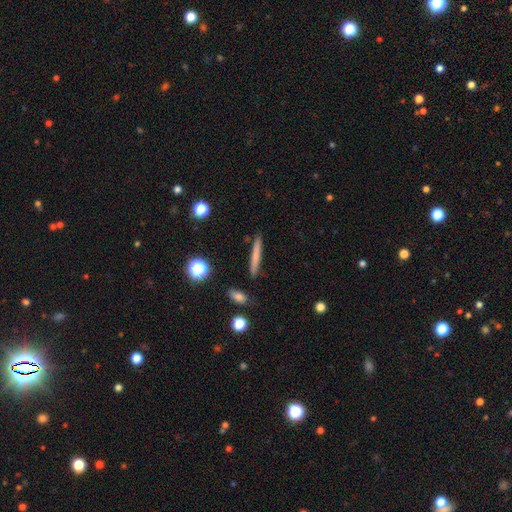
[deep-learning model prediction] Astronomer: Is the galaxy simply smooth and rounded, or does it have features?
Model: smooth — 68%.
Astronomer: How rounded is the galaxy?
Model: cigar-shaped — 94%.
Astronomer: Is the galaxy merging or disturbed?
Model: none — 89%.